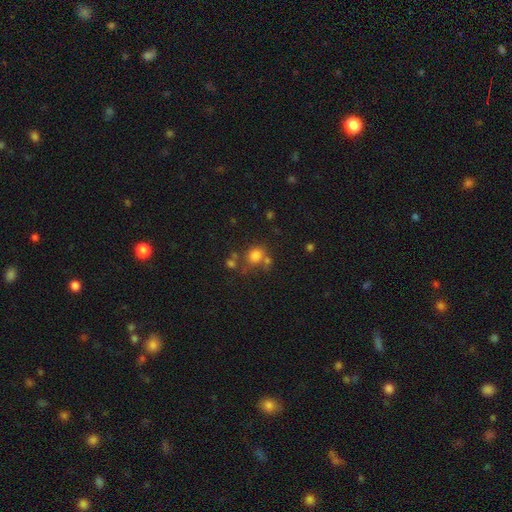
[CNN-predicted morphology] Q: Smooth or featured?
A: smooth (77%); runner-up: star or artifact (14%)
Q: How rounded?
A: round (73%); runner-up: in between (26%)
Q: Merging?
A: none (56%); runner-up: merger (23%)